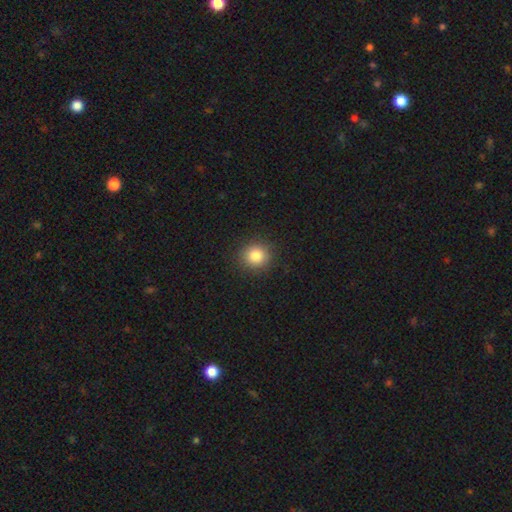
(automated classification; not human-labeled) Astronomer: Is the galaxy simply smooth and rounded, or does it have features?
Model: smooth — 82%.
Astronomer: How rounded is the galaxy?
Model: round — 90%.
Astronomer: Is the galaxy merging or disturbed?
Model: none — 90%.